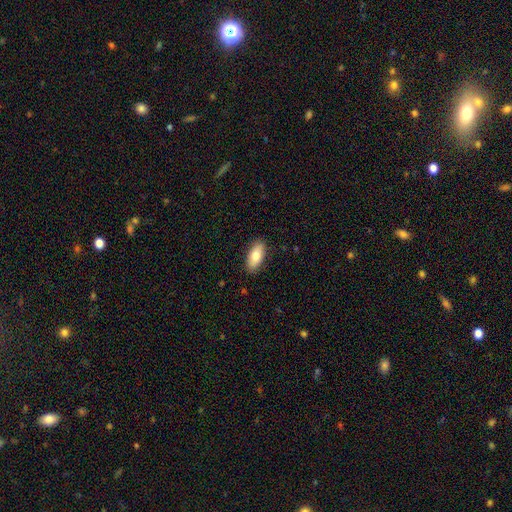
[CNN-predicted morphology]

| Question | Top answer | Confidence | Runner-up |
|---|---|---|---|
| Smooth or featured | smooth | 80% | featured or disk (13%) |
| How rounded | in between | 87% | cigar-shaped (11%) |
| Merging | none | 88% | minor disturbance (9%) |